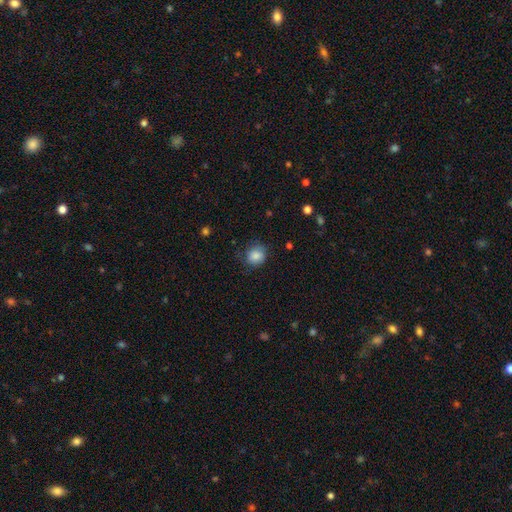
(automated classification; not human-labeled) This appears to be a smooth galaxy with no disk features (83%) that is round (82%). Merging: none (72%).